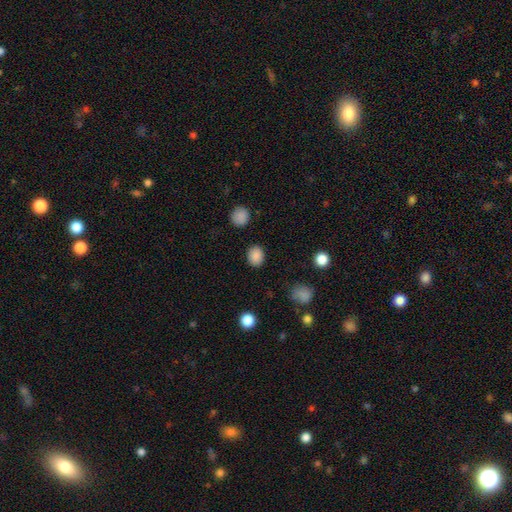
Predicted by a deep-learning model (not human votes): A smooth galaxy with no disk features (86%) that is round (51%).

Vote fractions:
- Smooth or featured? smooth: 86% / star or artifact: 10% / featured or disk: 4%
- How rounded? round: 51% / in between: 48% / cigar-shaped: 1%
- Merging? none: 88% / minor disturbance: 8% / major disturbance: 3% / merger: 2%